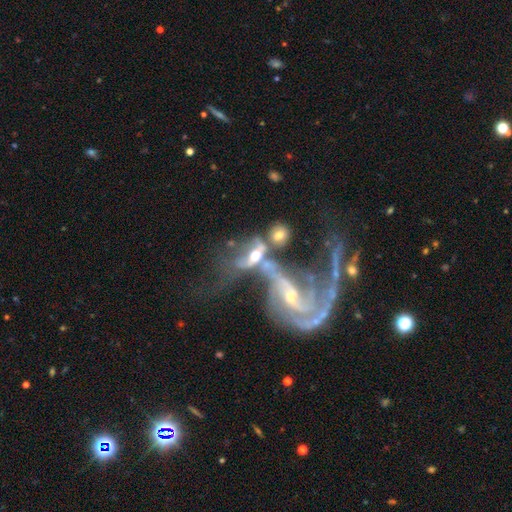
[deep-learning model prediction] Smooth or featured? featured or disk (64%)
Edge-on disk? no (86%)
Bar? no (56%)
Spiral arms? yes (64%)
Bulge size? moderate (56%)
Merging? merger (66%)